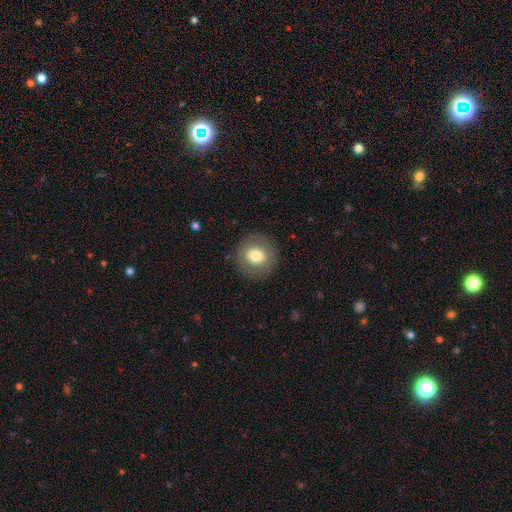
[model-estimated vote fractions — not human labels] Smooth or featured? Predicted: smooth (p=0.74). How rounded? Predicted: round (p=0.91). Merging? Predicted: none (p=0.89).